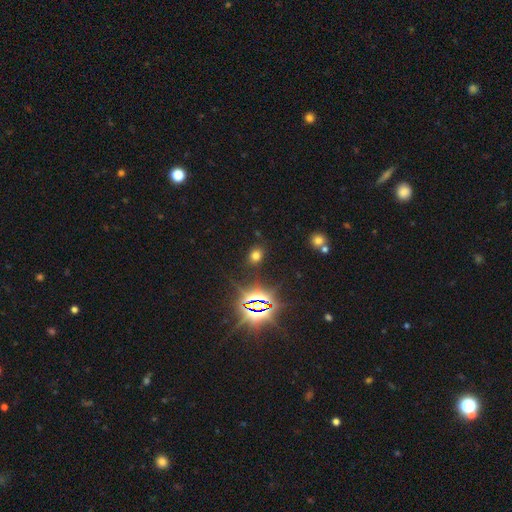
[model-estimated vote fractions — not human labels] This is likely a smooth galaxy (60%). How rounded: possibly in between (51%). Merging: clearly none (85%).